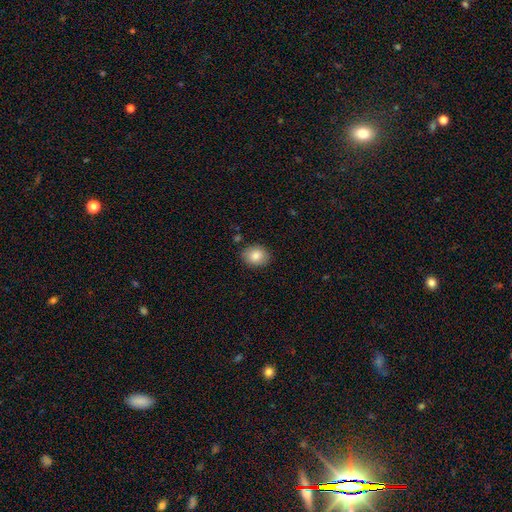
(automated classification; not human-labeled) Smooth or featured?
  - smooth: 84% *
  - star or artifact: 8%
  - featured or disk: 8%
How rounded?
  - round: 50% *
  - in between: 49%
  - cigar-shaped: 1%
Merging?
  - none: 86% *
  - minor disturbance: 10%
  - major disturbance: 2%
  - merger: 2%